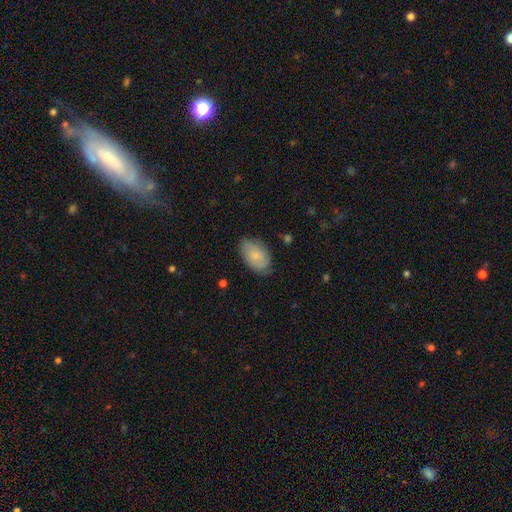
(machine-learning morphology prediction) type=smooth (70%); roundness=in between (92%); merging=none (77%).